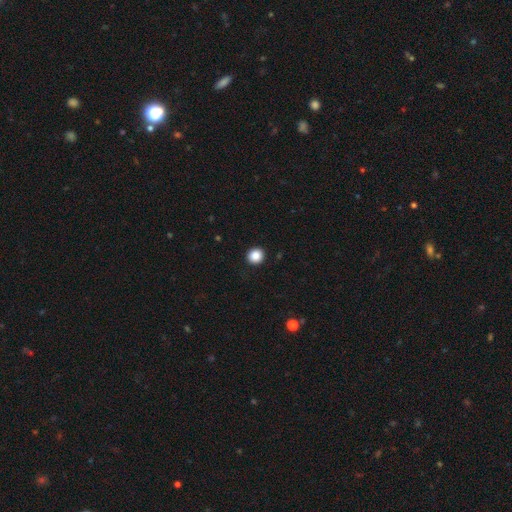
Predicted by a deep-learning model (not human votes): Overall: smooth (87%). How rounded: round (92%). Merging: none (93%).